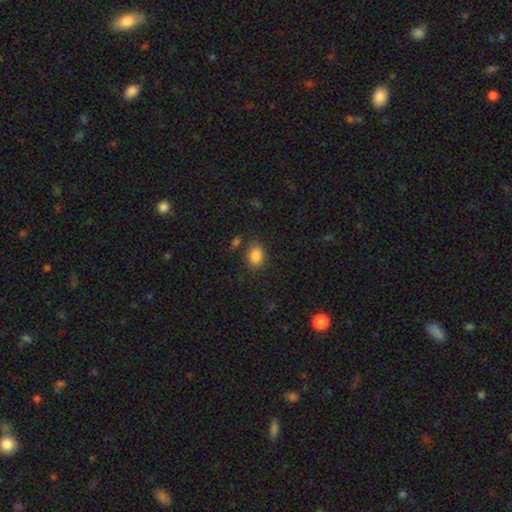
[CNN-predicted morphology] Q: Smooth or featured?
A: smooth (86%); runner-up: star or artifact (10%)
Q: How rounded?
A: in between (62%); runner-up: round (37%)
Q: Merging?
A: none (78%); runner-up: minor disturbance (13%)